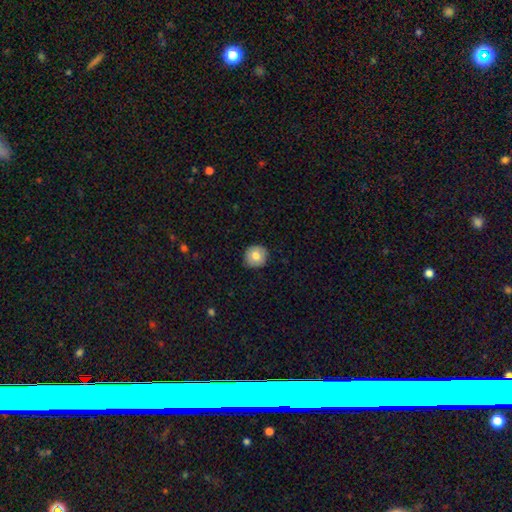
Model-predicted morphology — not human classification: type=smooth (78%); roundness=round (92%); merging=none (89%).